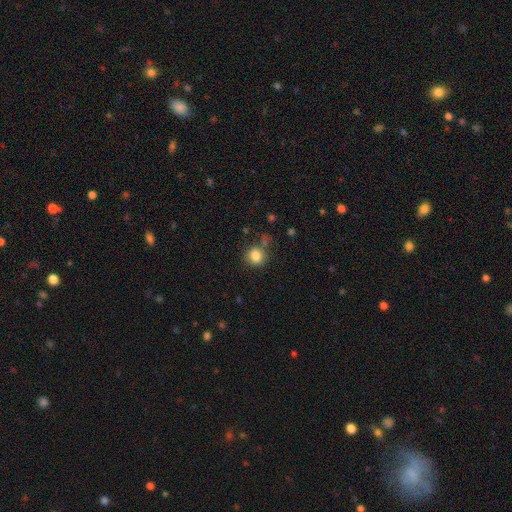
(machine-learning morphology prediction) Overall: smooth (83%). How rounded: round (79%). Merging: none (73%).